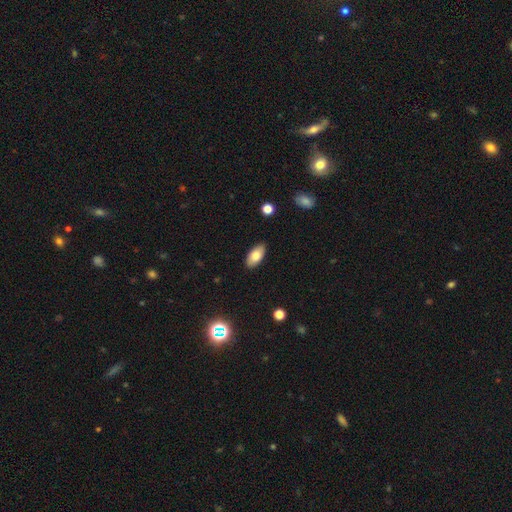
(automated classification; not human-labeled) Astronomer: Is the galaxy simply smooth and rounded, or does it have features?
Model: smooth — 81%.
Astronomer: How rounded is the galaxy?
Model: in between — 93%.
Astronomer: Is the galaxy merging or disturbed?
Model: none — 88%.